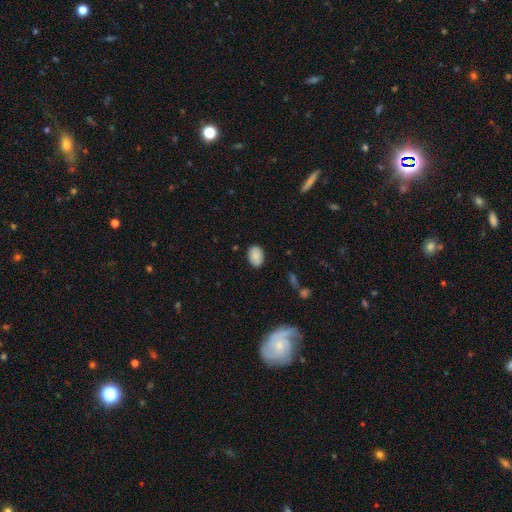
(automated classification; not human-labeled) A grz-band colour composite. It shows a smooth galaxy with no disk features (87%) that is in between round and cigar-shaped (81%). Merging: none (85%).